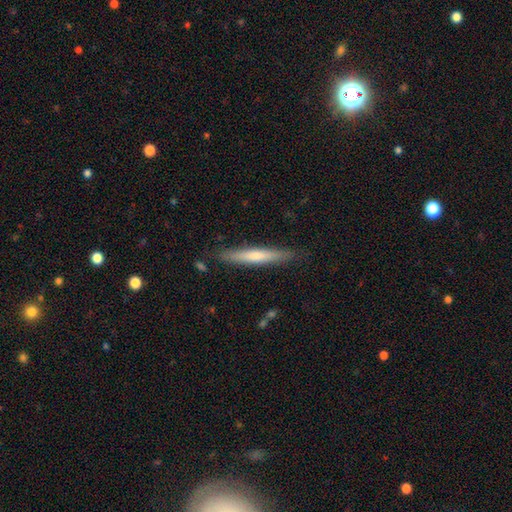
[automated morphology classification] A featured or disk galaxy (54%) viewed edge-on (94%) with a rounded central bulge (61%).

Vote fractions:
- Smooth or featured? featured or disk: 54% / smooth: 38% / star or artifact: 8%
- Edge-on disk? yes: 94% / no: 6%
- Edge-on bulge? rounded: 61% / none: 33% / boxy: 7%
- Merging? none: 88% / minor disturbance: 9% / major disturbance: 2% / merger: 2%